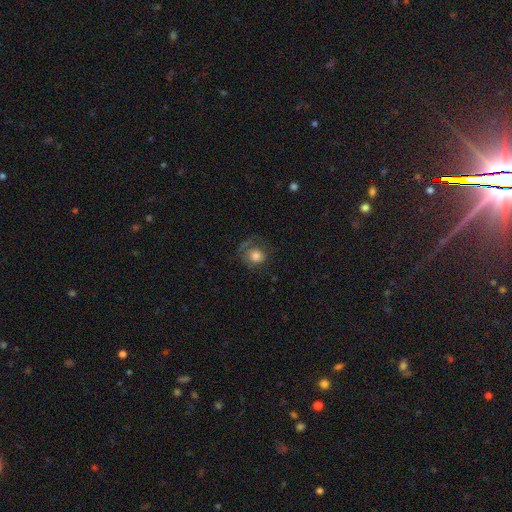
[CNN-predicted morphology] smooth 65%, featured or disk 25%, star or artifact 10%. Down the decision tree: how rounded — round (70%); merging — none (53%).